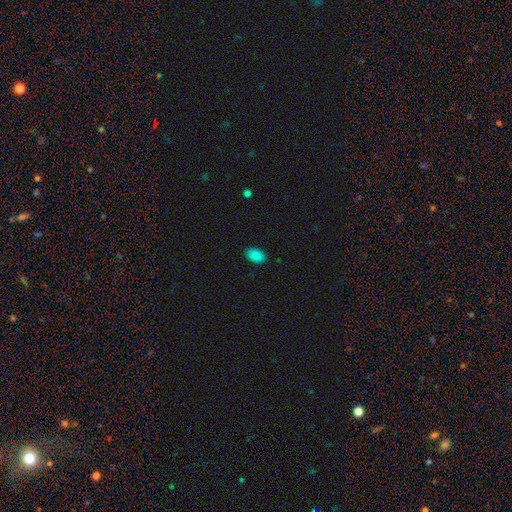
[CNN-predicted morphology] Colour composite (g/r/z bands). It shows a smooth galaxy with no disk features (87%) that is in between round and cigar-shaped (89%). Merging: none (88%).